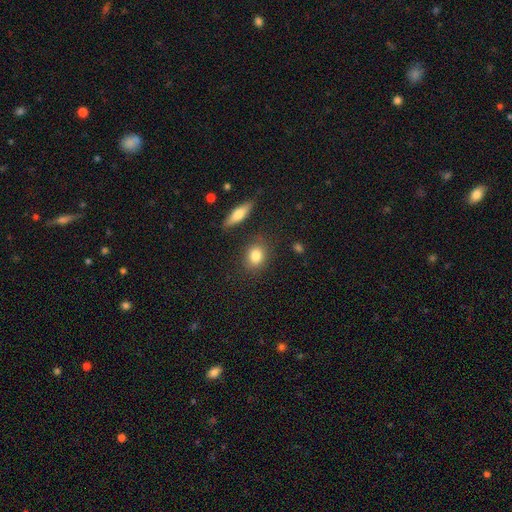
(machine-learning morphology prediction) This appears to be a smooth galaxy with no disk features (82%) that is round (51%). Merging: none (82%).